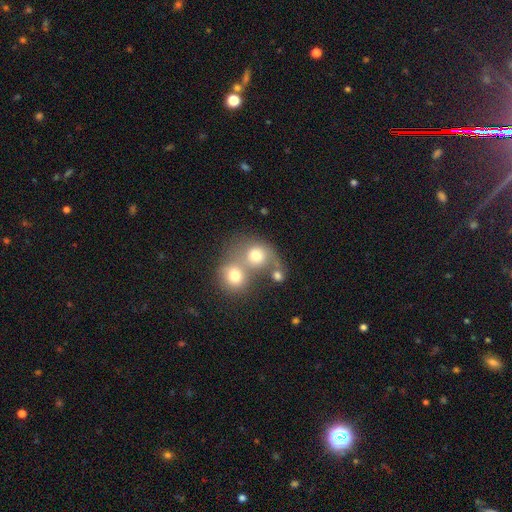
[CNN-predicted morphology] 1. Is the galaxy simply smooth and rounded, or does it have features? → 71% smooth, 18% featured or disk, 12% star or artifact.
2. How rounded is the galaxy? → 73% round, 26% in between, 1% cigar-shaped.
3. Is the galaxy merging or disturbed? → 62% merger, 24% none, 7% minor disturbance, 7% major disturbance.